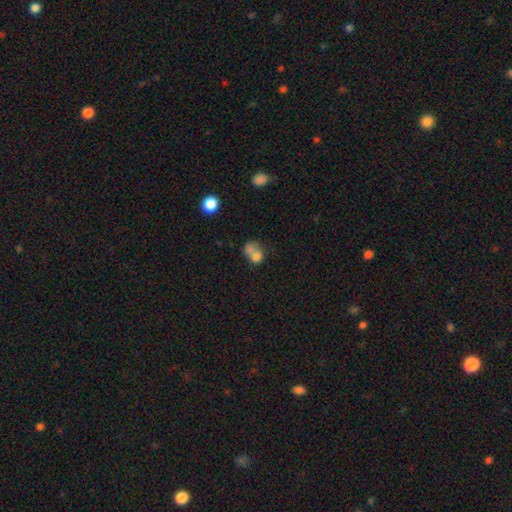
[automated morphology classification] The model was most divided on "how rounded": round: 52%, in between: 46%, cigar-shaped: 1%. More confident: smooth or featured — smooth (70%); merging — merger (56%).